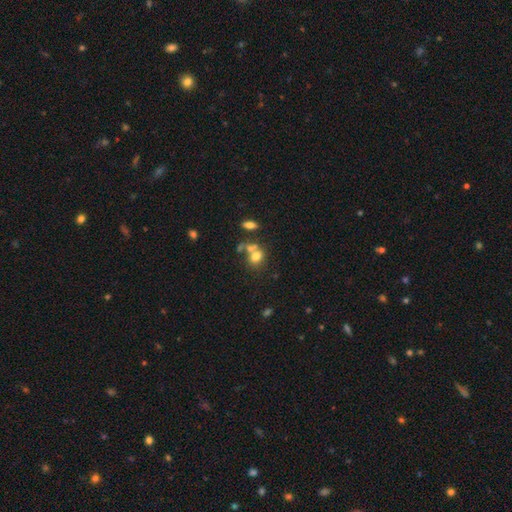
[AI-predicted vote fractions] Overall: smooth (72%). How rounded: round (55%; in between 44%). Merging: none (41%; merger 40%).